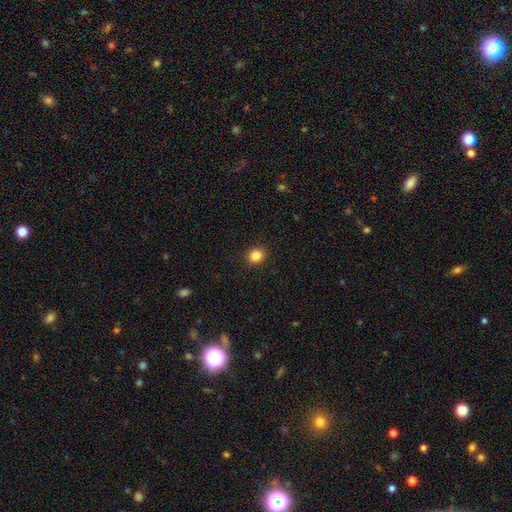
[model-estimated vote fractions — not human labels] Smooth or featured?
  - smooth: 85% *
  - star or artifact: 11%
  - featured or disk: 4%
How rounded?
  - round: 80% *
  - in between: 19%
  - cigar-shaped: 1%
Merging?
  - none: 91% *
  - minor disturbance: 6%
  - major disturbance: 2%
  - merger: 1%